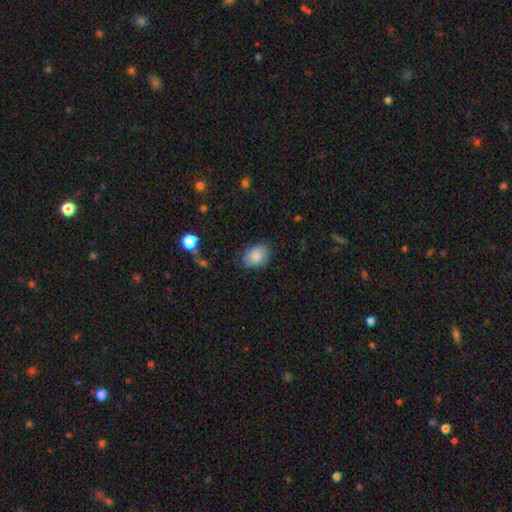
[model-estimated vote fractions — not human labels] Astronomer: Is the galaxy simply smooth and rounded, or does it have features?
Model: smooth — 85%.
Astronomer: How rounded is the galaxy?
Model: in between — 76%.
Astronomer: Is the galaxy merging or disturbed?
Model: none — 73%.